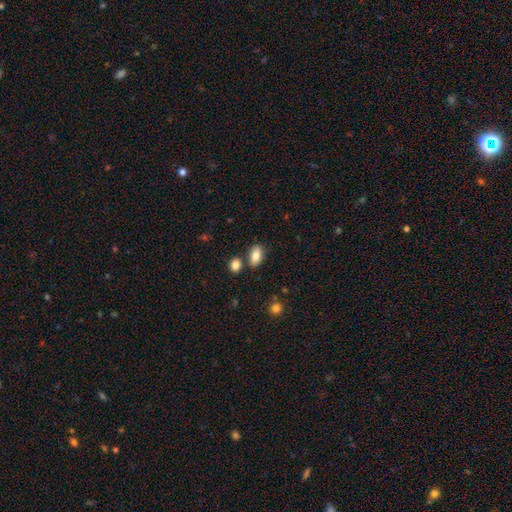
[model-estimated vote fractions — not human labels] A smooth galaxy with no disk features (83%) that is in between round and cigar-shaped (89%).

Vote fractions:
- Smooth or featured? smooth: 83% / featured or disk: 9% / star or artifact: 8%
- How rounded? in between: 89% / round: 8% / cigar-shaped: 3%
- Merging? none: 75% / minor disturbance: 11% / merger: 11% / major disturbance: 3%